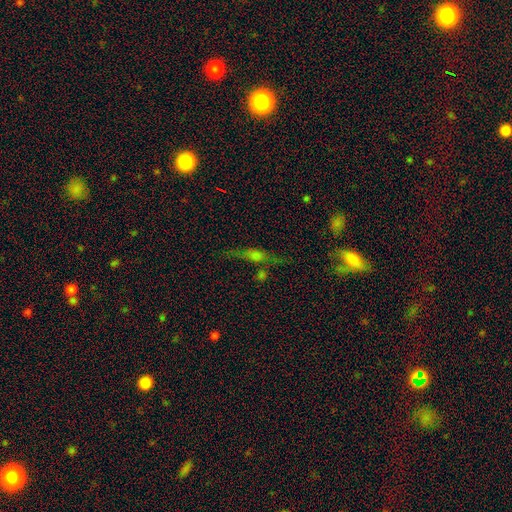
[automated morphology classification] featured or disk 41%, star or artifact 34%, smooth 25%. Down the decision tree: merging — none (64%).